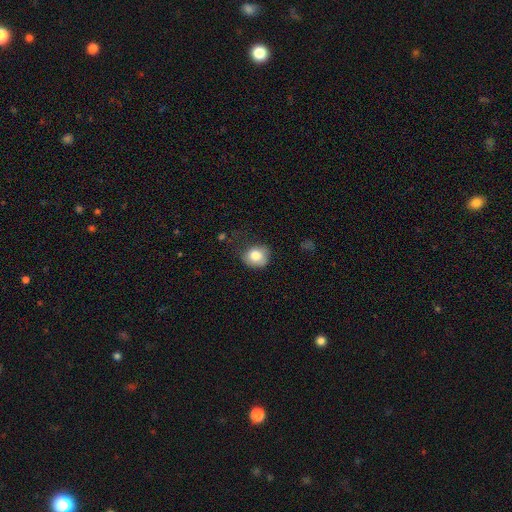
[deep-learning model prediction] Smooth or featured? smooth (79%)
How rounded? round (72%)
Merging? none (58%)